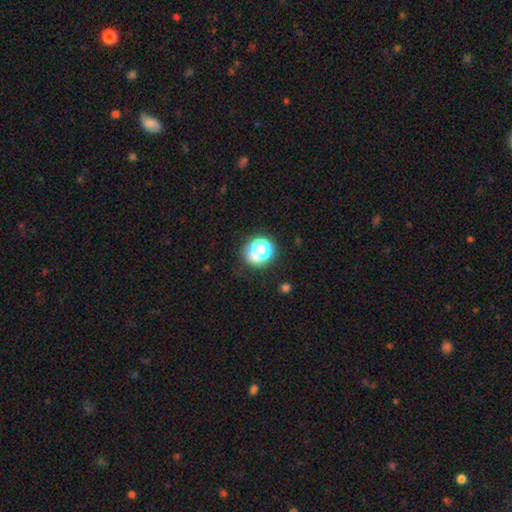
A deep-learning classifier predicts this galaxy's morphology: smooth-or-featured: smooth: 65% | star or artifact: 24% | featured or disk: 11%
  how-rounded: round: 77% | in between: 21% | cigar-shaped: 1%
  merging: none: 73% | minor disturbance: 15% | major disturbance: 7% | merger: 5%